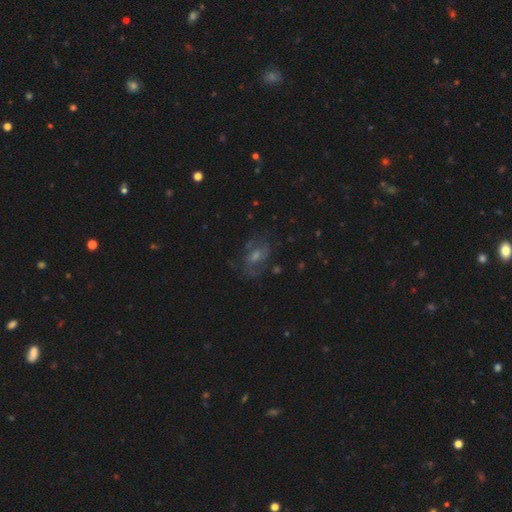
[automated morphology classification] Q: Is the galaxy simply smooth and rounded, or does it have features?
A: featured or disk — 54%.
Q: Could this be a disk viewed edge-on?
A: no — 94%.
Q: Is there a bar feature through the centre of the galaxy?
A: no — 50%.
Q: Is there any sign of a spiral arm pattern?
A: yes — 69%.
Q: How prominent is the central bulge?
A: moderate — 46%.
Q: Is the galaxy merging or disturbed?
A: none — 67%.